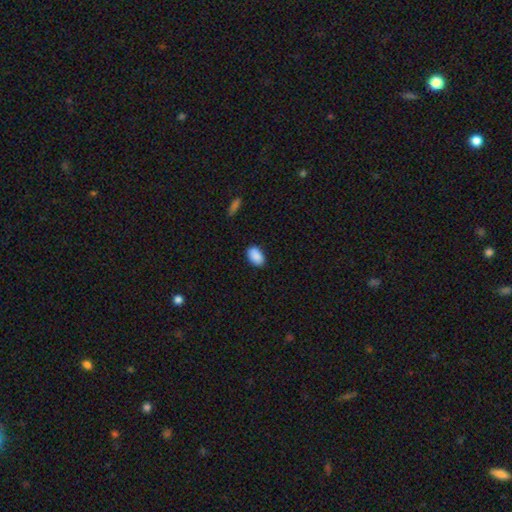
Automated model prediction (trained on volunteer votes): This is clearly a smooth galaxy (89%). How rounded: clearly in between (91%). Merging: clearly none (83%).